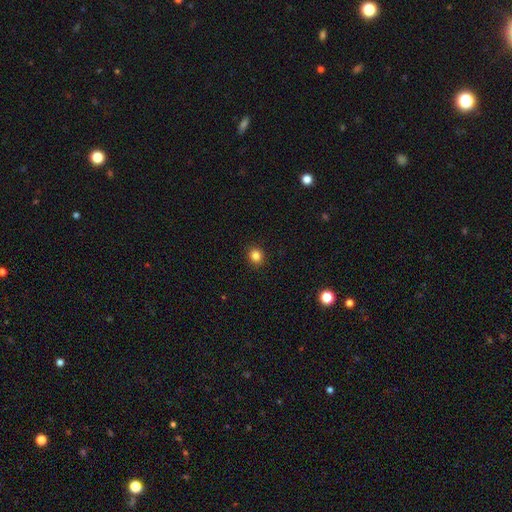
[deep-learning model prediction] A smooth galaxy with no disk features (84%) that is round (85%). Merging: none (91%).